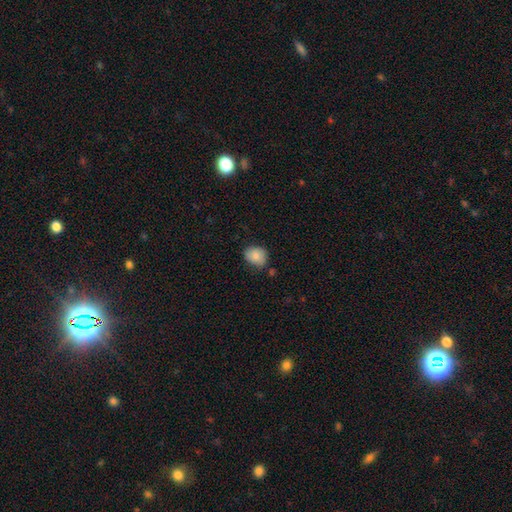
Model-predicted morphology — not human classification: Q: Smooth or featured?
A: smooth (85%); runner-up: star or artifact (8%)
Q: How rounded?
A: round (50%); runner-up: in between (49%)
Q: Merging?
A: none (69%); runner-up: minor disturbance (23%)